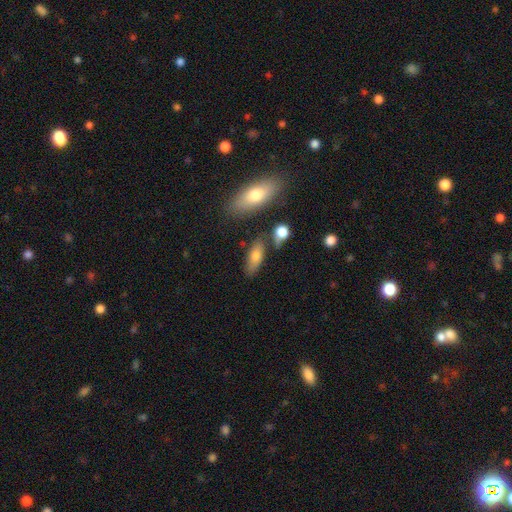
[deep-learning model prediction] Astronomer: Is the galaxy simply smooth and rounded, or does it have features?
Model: smooth — 71%.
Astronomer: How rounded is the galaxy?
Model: in between — 73%.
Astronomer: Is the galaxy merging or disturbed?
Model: none — 73%.